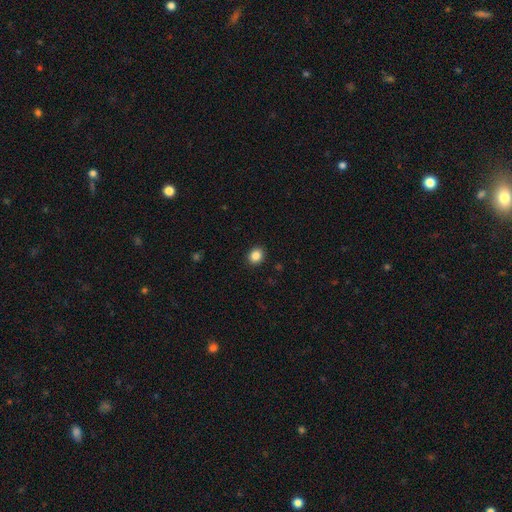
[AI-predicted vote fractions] Q: Smooth or featured?
A: smooth (86%); runner-up: star or artifact (10%)
Q: How rounded?
A: round (65%); runner-up: in between (34%)
Q: Merging?
A: none (92%); runner-up: minor disturbance (6%)